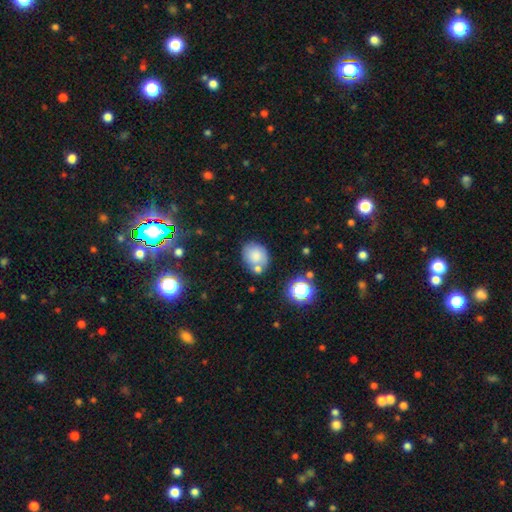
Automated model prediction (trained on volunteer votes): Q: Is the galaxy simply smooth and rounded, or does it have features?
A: smooth — 76%.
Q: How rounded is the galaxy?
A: round — 60%.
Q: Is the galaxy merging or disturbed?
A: none — 56%.